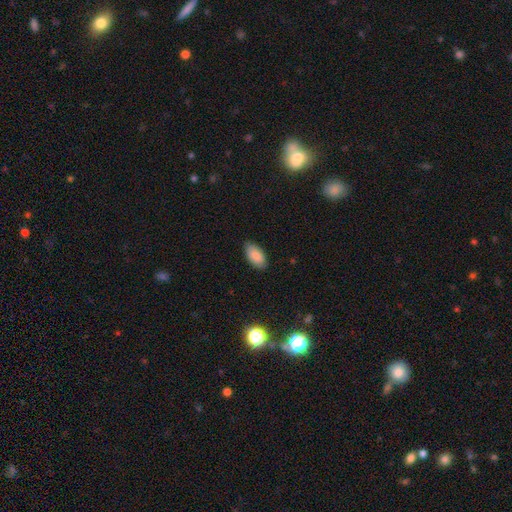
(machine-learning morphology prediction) type=smooth (88%); roundness=in between (94%); merging=none (85%).